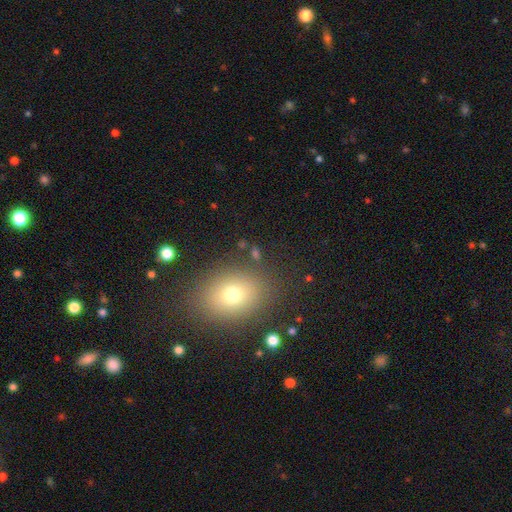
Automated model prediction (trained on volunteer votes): smooth 69%, star or artifact 18%, featured or disk 12%. Down the decision tree: how rounded — in between (59%); merging — none (84%).